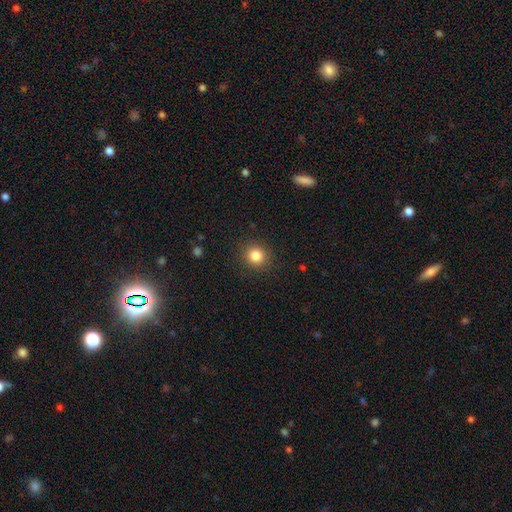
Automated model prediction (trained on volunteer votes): This is clearly a smooth galaxy (83%). How rounded: clearly round (89%). Merging: clearly none (90%).